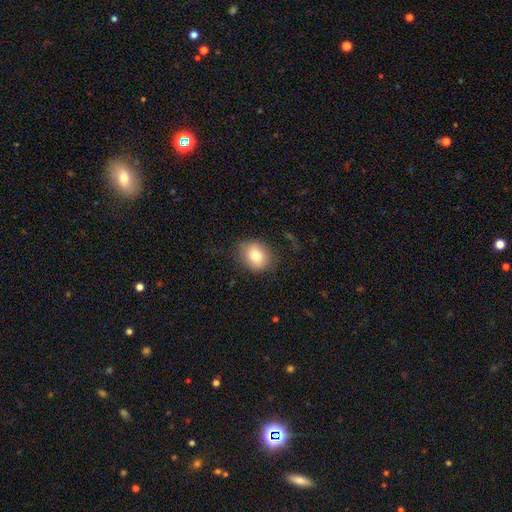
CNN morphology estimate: The model was most divided on "how rounded": round: 53%, in between: 46%, cigar-shaped: 1%. More confident: smooth or featured — smooth (80%); merging — none (76%).